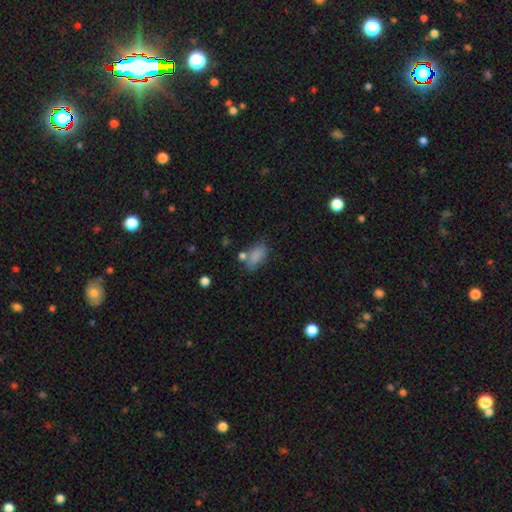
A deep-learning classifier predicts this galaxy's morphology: The model was most divided on "merging": none: 52%, minor disturbance: 22%, merger: 16%, major disturbance: 9%. More confident: how rounded — in between (87%); smooth or featured — smooth (82%).